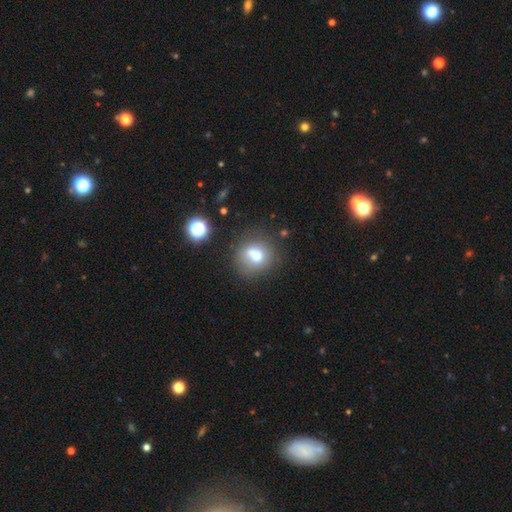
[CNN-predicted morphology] smooth_or_featured: smooth (p=0.68) [alt: featured or disk p=0.19]
how_rounded: round (p=0.76) [alt: in between p=0.23]
merging: none (p=0.71) [alt: minor disturbance p=0.15]